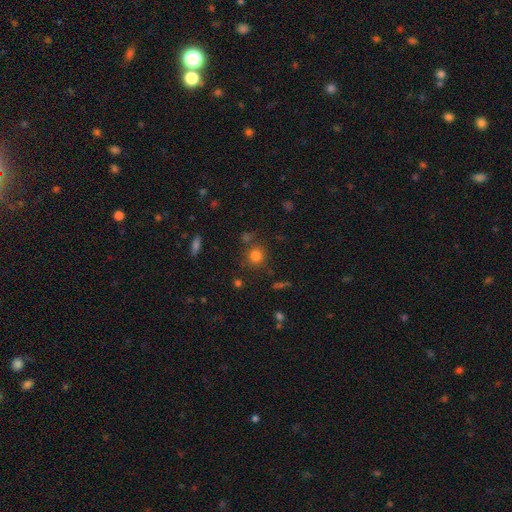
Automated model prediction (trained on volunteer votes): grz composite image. It shows a smooth galaxy with no disk features (80%) that is round (90%). Merging: none (79%).